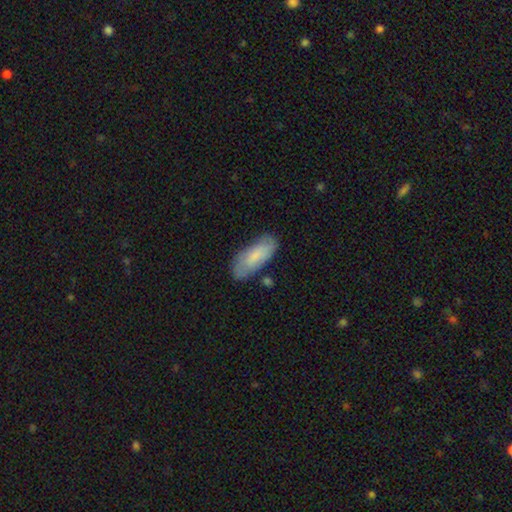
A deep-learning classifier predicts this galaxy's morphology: Smooth or featured? smooth (73%)
How rounded? in between (79%)
Merging? none (73%)